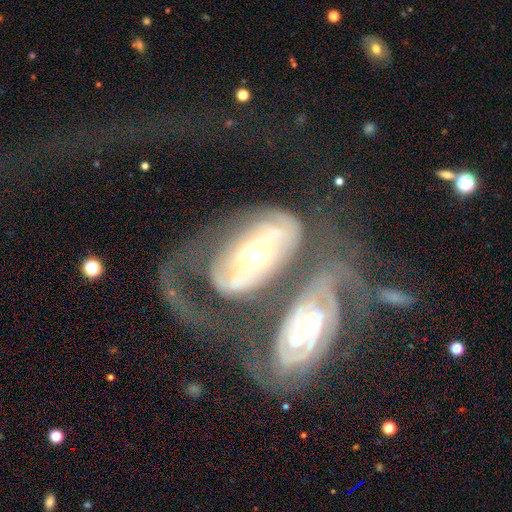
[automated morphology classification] Q: Smooth or featured?
A: featured or disk (77%); runner-up: smooth (17%)
Q: Edge-on disk?
A: no (93%); runner-up: yes (7%)
Q: Bar?
A: no (59%); runner-up: weak (24%)
Q: Spiral arms?
A: yes (83%); runner-up: no (17%)
Q: Spiral winding?
A: tight (46%); runner-up: medium (33%)
Q: Spiral arm count?
A: 2 (57%); runner-up: can't tell (26%)
Q: Bulge size?
A: moderate (58%); runner-up: small (32%)
Q: Merging?
A: merger (54%); runner-up: major disturbance (19%)